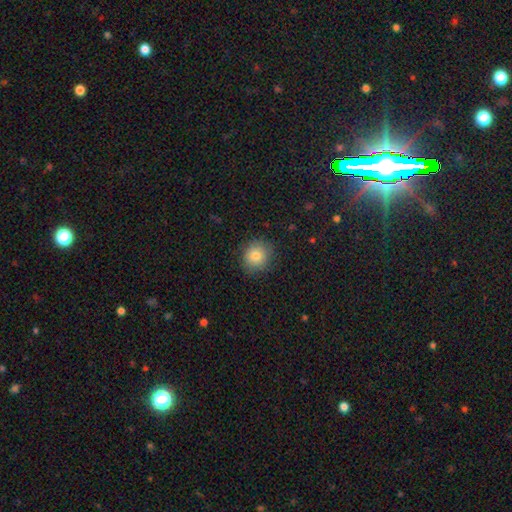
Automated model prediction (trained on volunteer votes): smooth_or_featured: smooth (p=0.82) [alt: star or artifact p=0.10]
how_rounded: round (p=0.87) [alt: in between p=0.12]
merging: none (p=0.86) [alt: minor disturbance p=0.10]